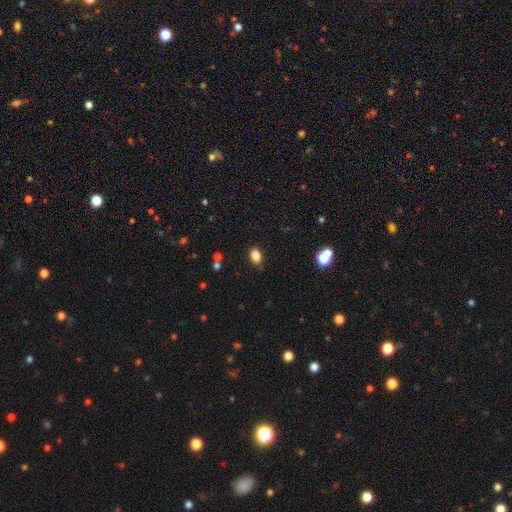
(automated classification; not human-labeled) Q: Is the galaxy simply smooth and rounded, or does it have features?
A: smooth — 85%.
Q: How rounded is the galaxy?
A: in between — 83%.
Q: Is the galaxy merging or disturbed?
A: none — 83%.